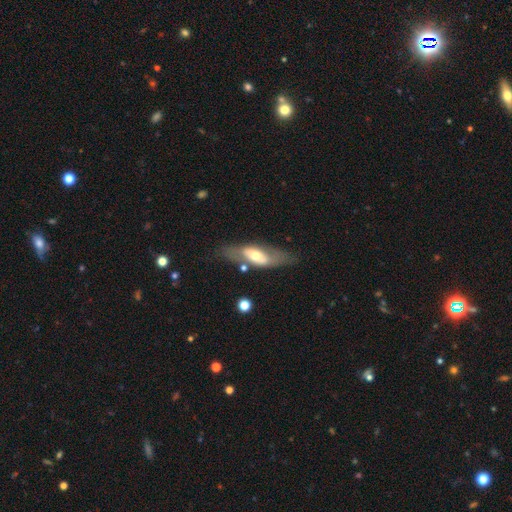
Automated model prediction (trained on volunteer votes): Smooth or featured: featured or disk — 55% (smooth — 39%)
Edge-on disk: no — 73% (yes — 27%)
Merging: none — 62% (minor disturbance — 20%)